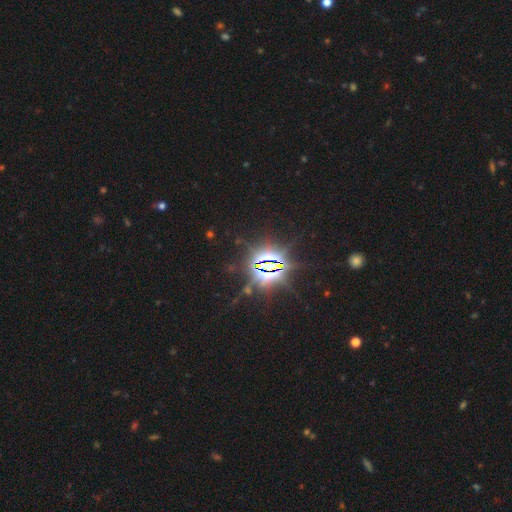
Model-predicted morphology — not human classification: type=star or artifact (85%).